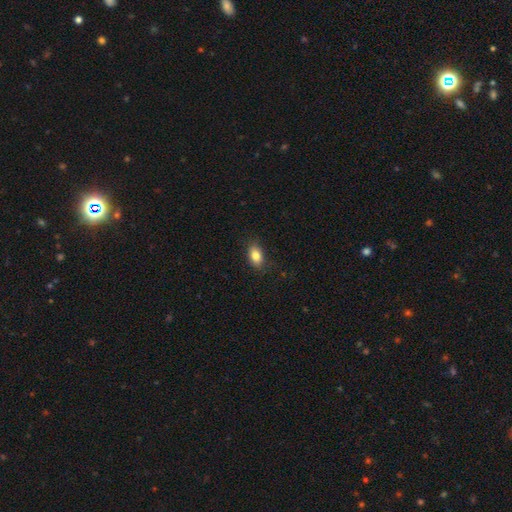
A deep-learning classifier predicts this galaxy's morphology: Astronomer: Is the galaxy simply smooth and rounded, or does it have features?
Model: smooth — 84%.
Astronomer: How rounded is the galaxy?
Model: in between — 87%.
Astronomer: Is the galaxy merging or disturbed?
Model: none — 84%.